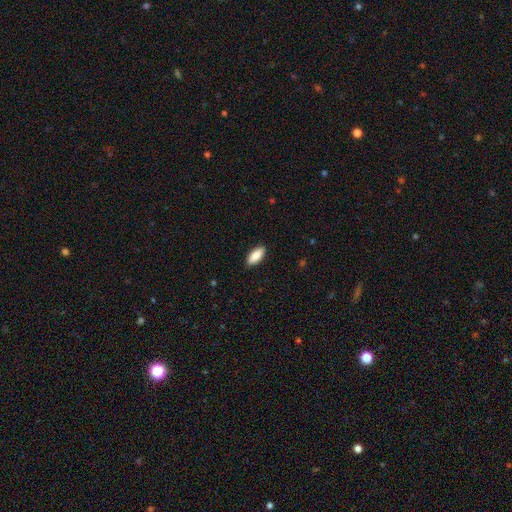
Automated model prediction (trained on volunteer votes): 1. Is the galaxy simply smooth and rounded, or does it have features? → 88% smooth, 6% featured or disk, 6% star or artifact.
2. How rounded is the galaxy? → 83% in between, 15% cigar-shaped, 2% round.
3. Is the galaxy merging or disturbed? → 89% none, 8% minor disturbance, 2% major disturbance, 1% merger.